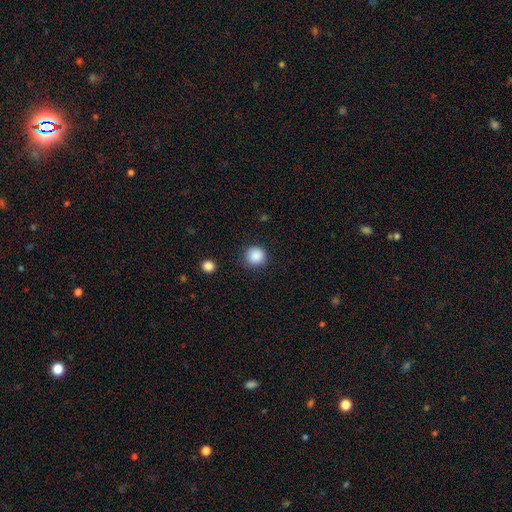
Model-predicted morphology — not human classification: This appears to be a smooth galaxy with no disk features (88%) that is round (92%). Merging: none (86%).